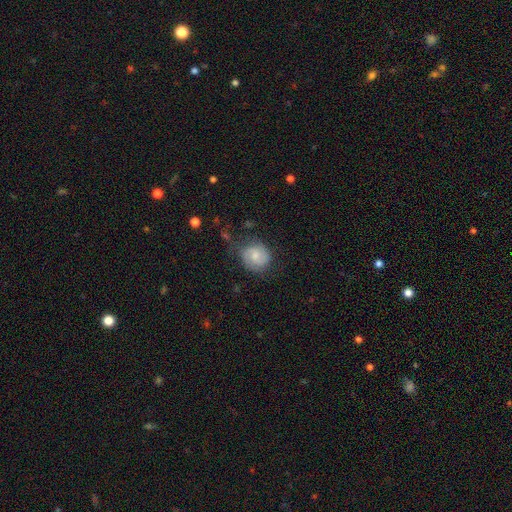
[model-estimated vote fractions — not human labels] Smooth or featured? featured or disk (51%)
Edge-on disk? no (98%)
Merging? none (70%)